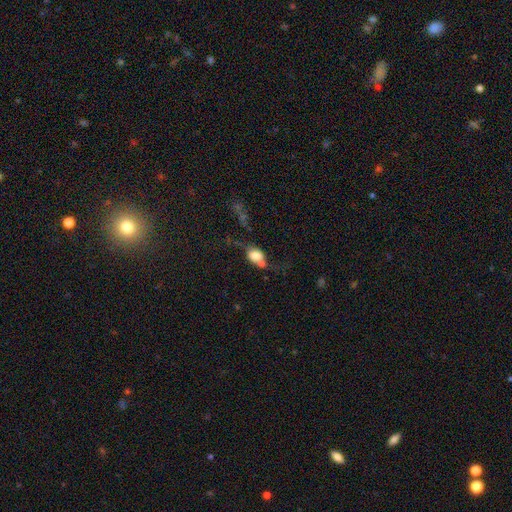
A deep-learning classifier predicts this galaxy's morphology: A smooth galaxy with no disk features (56%) that is round (53%). Merging: none (31%).